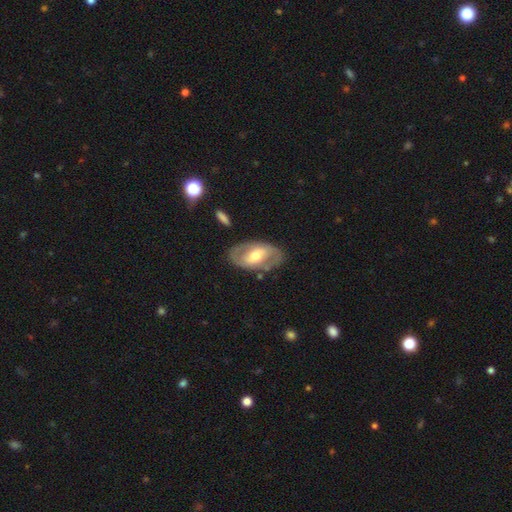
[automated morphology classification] Smooth or featured: featured or disk — 67% (smooth — 28%)
Edge-on disk: no — 93% (yes — 7%)
Bar: weak — 39% (no — 33%)
Spiral arms: yes — 58% (no — 42%)
Bulge size: moderate — 69% (small — 17%)
Merging: none — 77% (minor disturbance — 14%)